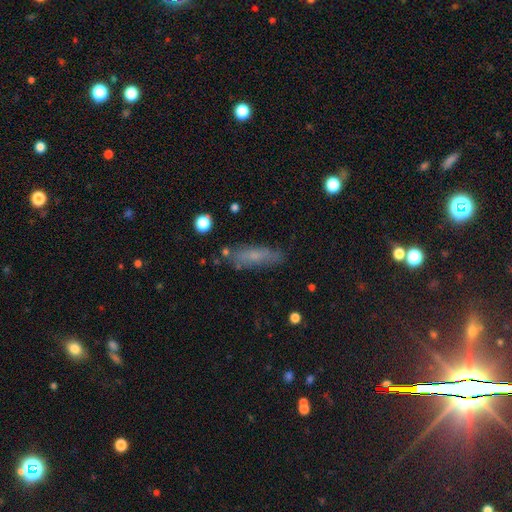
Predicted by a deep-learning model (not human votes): Smooth or featured? Predicted: smooth (p=0.65). How rounded? Predicted: cigar-shaped (p=0.61). Merging? Predicted: none (p=0.75).